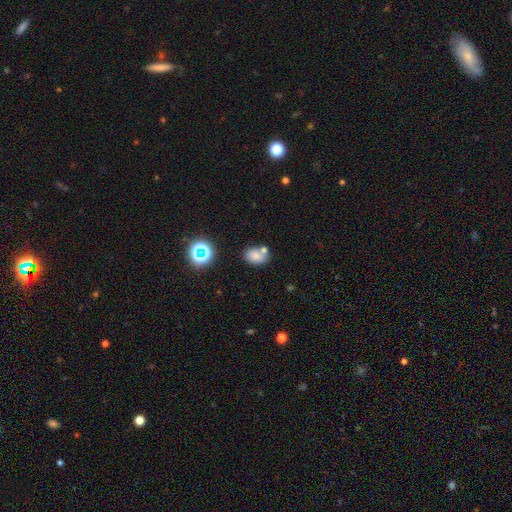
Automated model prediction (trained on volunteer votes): Overall: smooth (76%). How rounded: in between (74%). Merging: none (58%; merger 23%).